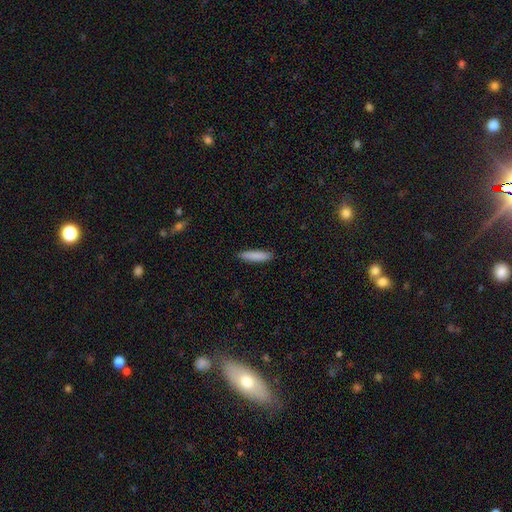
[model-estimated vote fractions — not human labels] Smooth or featured? smooth (87%)
How rounded? cigar-shaped (80%)
Merging? none (90%)